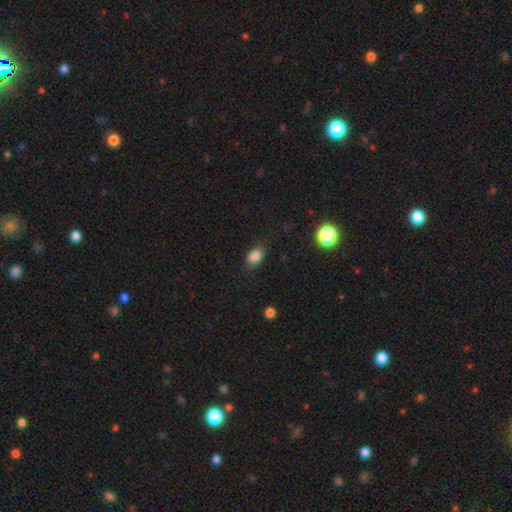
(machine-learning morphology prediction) smooth 83%, star or artifact 10%, featured or disk 6%. Down the decision tree: how rounded — in between (80%); merging — none (79%).